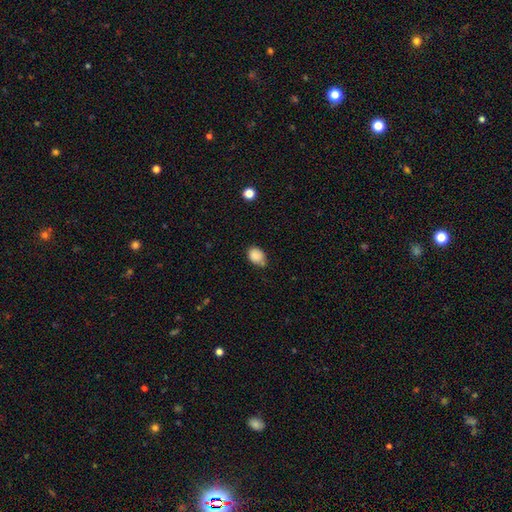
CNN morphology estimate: Smooth or featured?
  - smooth: 87% *
  - star or artifact: 9%
  - featured or disk: 4%
How rounded?
  - in between: 60% *
  - round: 39%
  - cigar-shaped: 1%
Merging?
  - none: 61% *
  - minor disturbance: 26%
  - merger: 7%
  - major disturbance: 5%